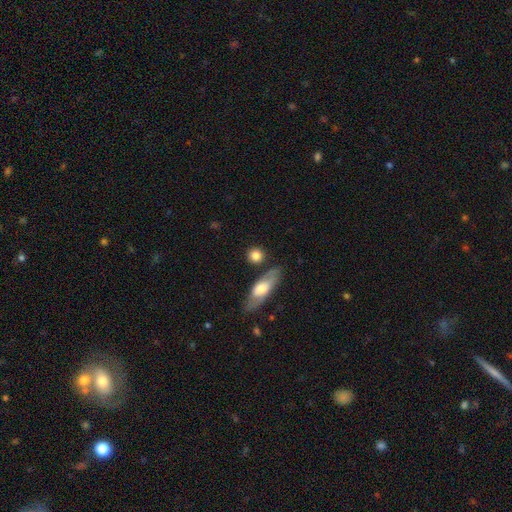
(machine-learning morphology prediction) This appears to be a smooth galaxy with no disk features (80%) that is round (78%). Merging: none (77%).